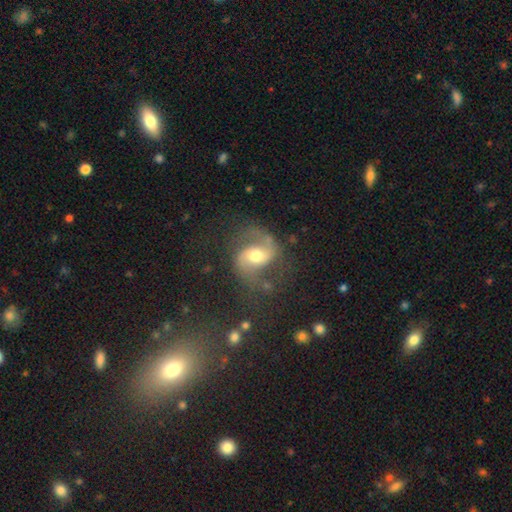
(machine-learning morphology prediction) Q: Smooth or featured?
A: featured or disk (84%); runner-up: smooth (9%)
Q: Edge-on disk?
A: no (98%); runner-up: yes (2%)
Q: Bar?
A: weak (42%); runner-up: no (39%)
Q: Spiral arms?
A: yes (95%); runner-up: no (5%)
Q: Spiral winding?
A: medium (49%); runner-up: loose (41%)
Q: Spiral arm count?
A: 2 (92%); runner-up: 1 (3%)
Q: Bulge size?
A: moderate (71%); runner-up: small (14%)
Q: Merging?
A: none (67%); runner-up: minor disturbance (17%)